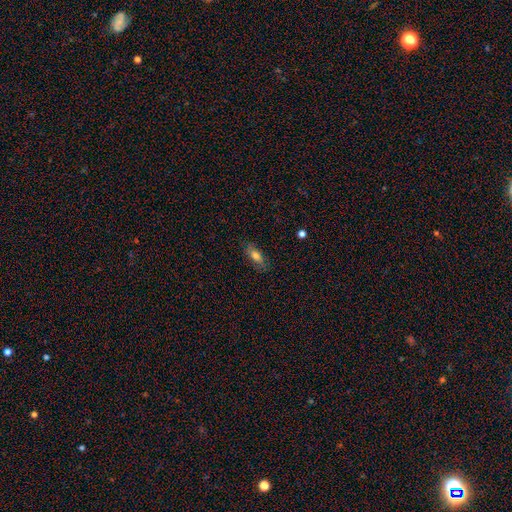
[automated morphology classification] The model was most divided on "how rounded": in between: 75%, cigar-shaped: 22%, round: 4%. More confident: merging — none (81%); smooth or featured — smooth (74%).